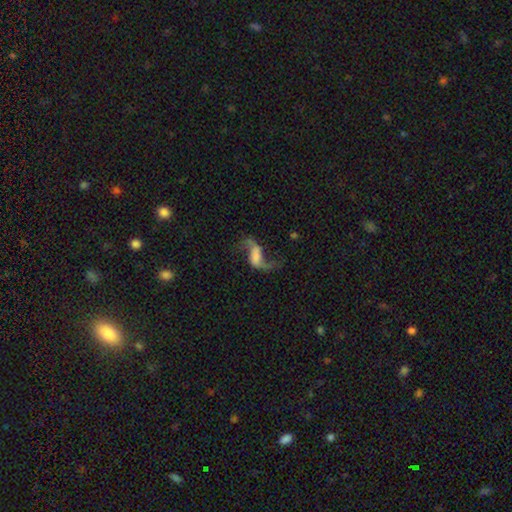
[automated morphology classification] type=featured or disk (81%); edge-on=no (96%); bar=weak (36%); spiral arms=yes (94%); winding=loose (90%); arm count=2 (92%); bulge=none (49%); merging=none (65%).